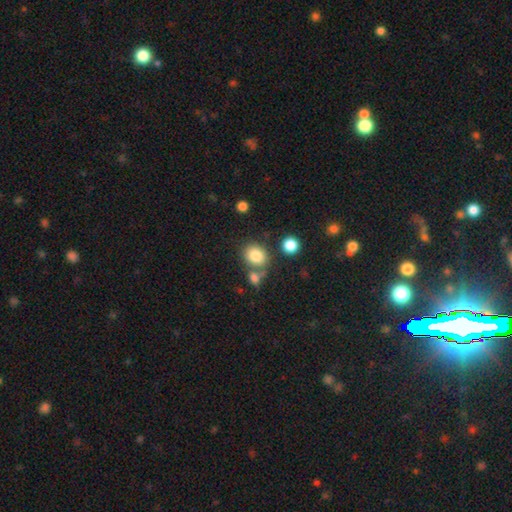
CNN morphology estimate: Smooth or featured?
  - smooth: 82% *
  - star or artifact: 10%
  - featured or disk: 8%
How rounded?
  - round: 63% *
  - in between: 36%
  - cigar-shaped: 1%
Merging?
  - none: 62% *
  - merger: 22%
  - minor disturbance: 11%
  - major disturbance: 5%